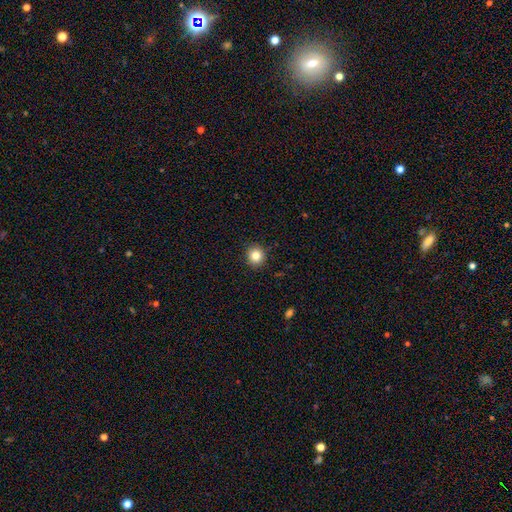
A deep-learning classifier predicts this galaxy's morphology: Overall: smooth (83%). How rounded: round (90%). Merging: none (92%).